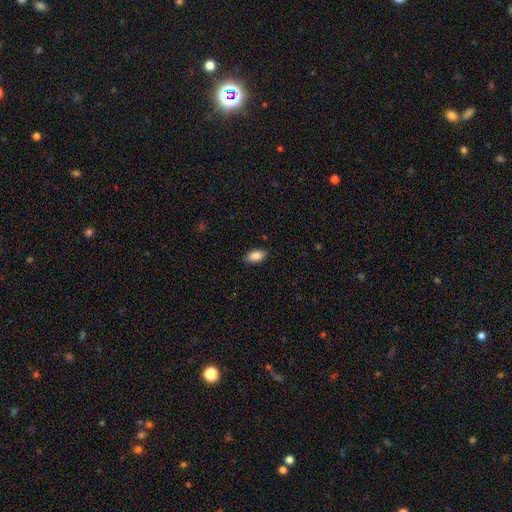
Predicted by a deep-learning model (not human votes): smooth-or-featured: smooth: 86% | star or artifact: 7% | featured or disk: 6%
  how-rounded: in between: 91% | cigar-shaped: 5% | round: 4%
  merging: none: 87% | minor disturbance: 10% | major disturbance: 2% | merger: 1%